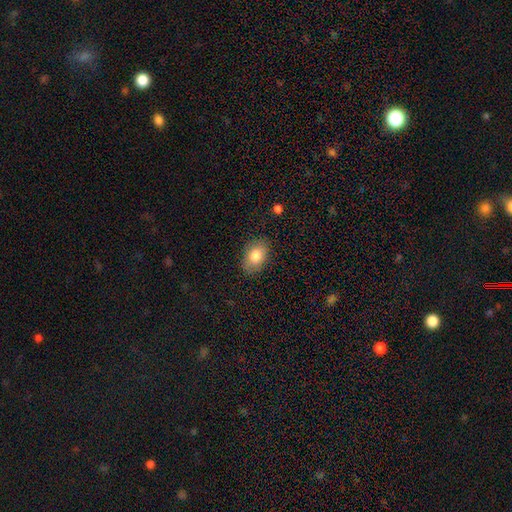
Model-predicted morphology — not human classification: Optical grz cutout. It shows a smooth galaxy with no disk features (82%) that is in between round and cigar-shaped (85%). Merging: none (84%).